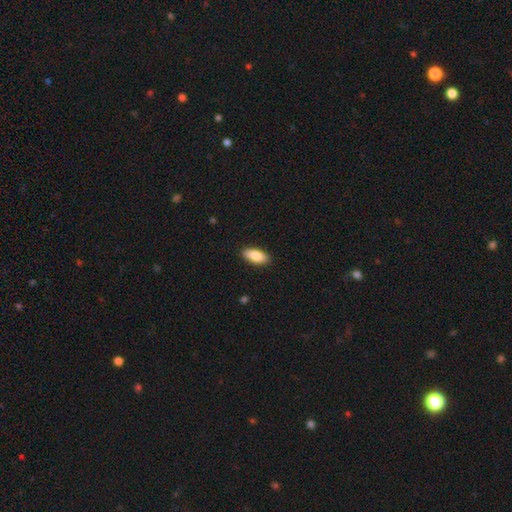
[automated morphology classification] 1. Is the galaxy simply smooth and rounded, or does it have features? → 85% smooth, 9% featured or disk, 6% star or artifact.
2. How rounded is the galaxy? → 87% in between, 10% cigar-shaped, 2% round.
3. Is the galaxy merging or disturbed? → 89% none, 8% minor disturbance, 2% major disturbance, 1% merger.